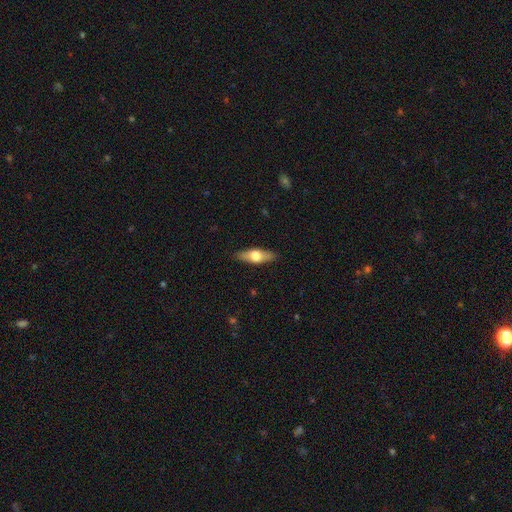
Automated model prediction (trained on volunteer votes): Q: Smooth or featured?
A: smooth (51%); runner-up: featured or disk (43%)
Q: How rounded?
A: in between (55%); runner-up: cigar-shaped (42%)
Q: Merging?
A: none (88%); runner-up: minor disturbance (9%)